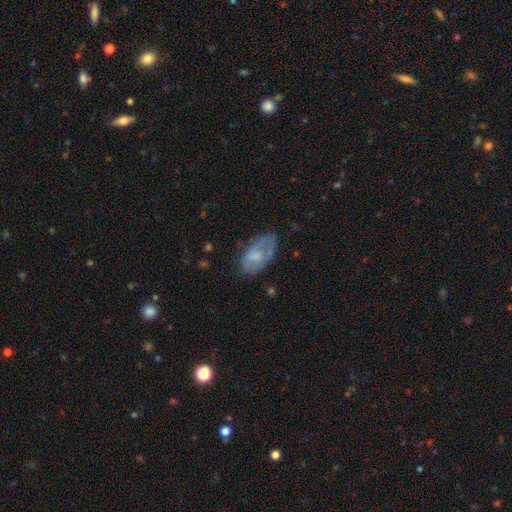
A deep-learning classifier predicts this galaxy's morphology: A smooth galaxy with no disk features (53%) that is in between round and cigar-shaped (92%).

Vote fractions:
- Smooth or featured? smooth: 53% / featured or disk: 39% / star or artifact: 7%
- How rounded? in between: 92% / round: 5% / cigar-shaped: 3%
- Merging? none: 56% / minor disturbance: 28% / major disturbance: 13% / merger: 2%